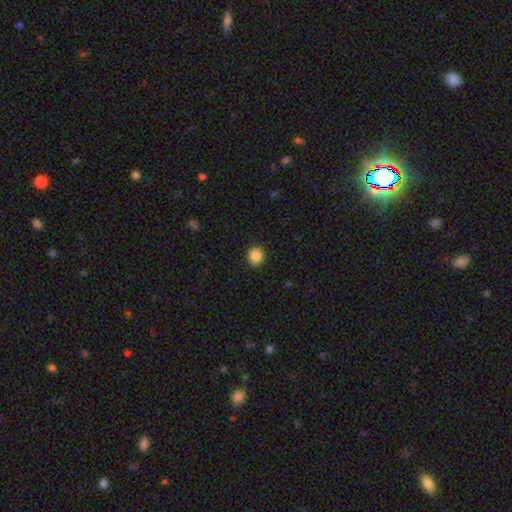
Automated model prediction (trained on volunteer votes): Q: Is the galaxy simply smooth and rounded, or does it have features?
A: smooth — 87%.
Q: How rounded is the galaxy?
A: round — 91%.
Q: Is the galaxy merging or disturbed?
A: none — 92%.